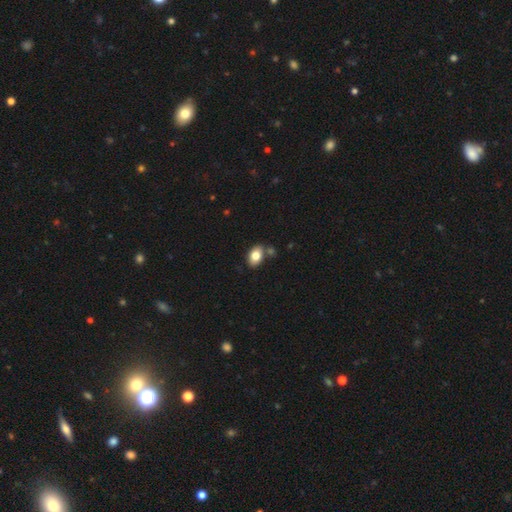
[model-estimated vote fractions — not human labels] Smooth or featured?
  - smooth: 80% *
  - featured or disk: 12%
  - star or artifact: 8%
How rounded?
  - in between: 85% *
  - round: 13%
  - cigar-shaped: 1%
Merging?
  - none: 72% *
  - minor disturbance: 13%
  - merger: 12%
  - major disturbance: 3%